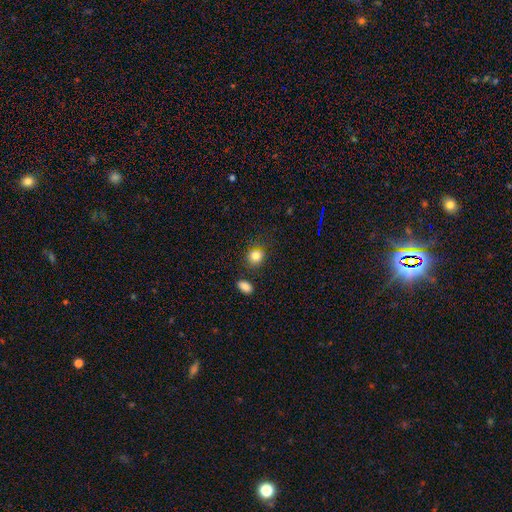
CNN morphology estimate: Q: Smooth or featured?
A: smooth (83%); runner-up: star or artifact (10%)
Q: How rounded?
A: round (71%); runner-up: in between (28%)
Q: Merging?
A: none (75%); runner-up: minor disturbance (15%)